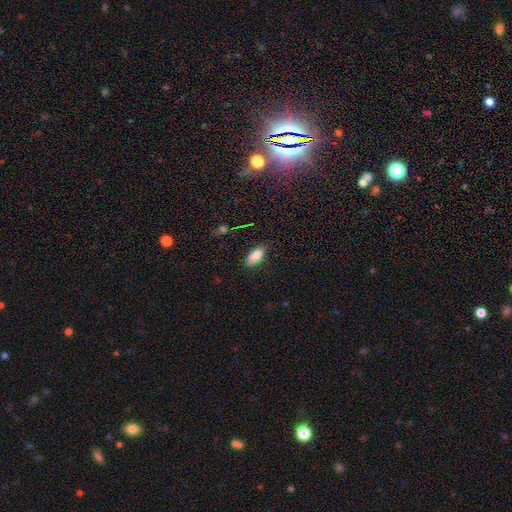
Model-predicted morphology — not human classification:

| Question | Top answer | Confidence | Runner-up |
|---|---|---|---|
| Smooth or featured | smooth | 86% | star or artifact (8%) |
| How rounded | in between | 85% | cigar-shaped (13%) |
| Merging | none | 81% | minor disturbance (15%) |